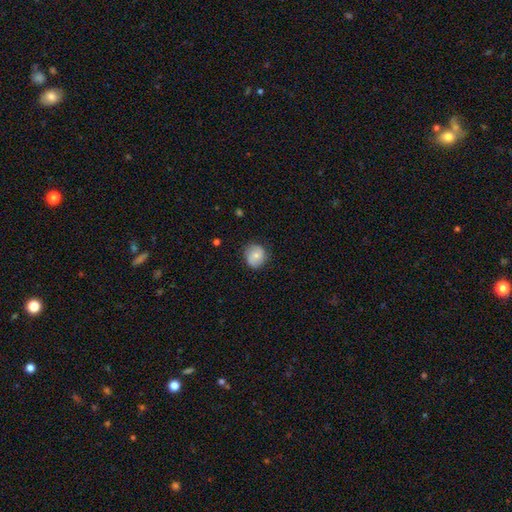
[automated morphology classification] smooth-or-featured: smooth: 75% | featured or disk: 18% | star or artifact: 7%
  how-rounded: round: 85% | in between: 14% | cigar-shaped: 1%
  merging: none: 80% | minor disturbance: 16% | major disturbance: 4% | merger: 1%